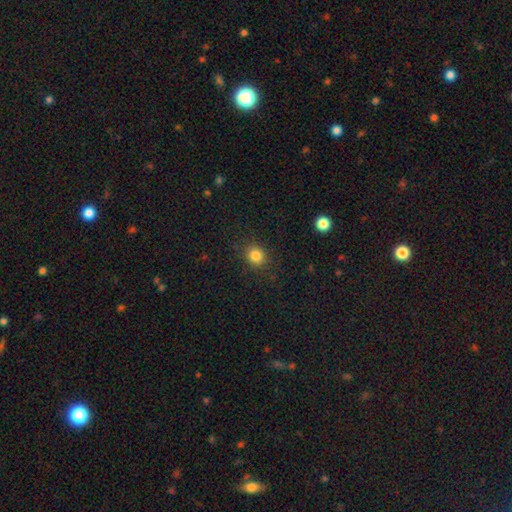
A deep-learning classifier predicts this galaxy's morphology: Q: Smooth or featured?
A: smooth (84%); runner-up: star or artifact (11%)
Q: How rounded?
A: round (83%); runner-up: in between (16%)
Q: Merging?
A: none (88%); runner-up: minor disturbance (8%)